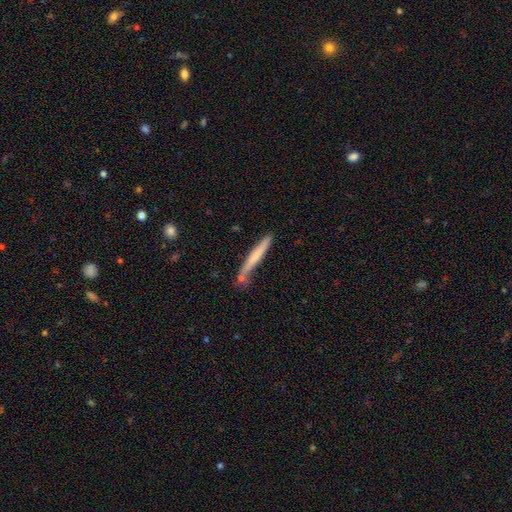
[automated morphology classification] Smooth or featured? smooth (59%)
How rounded? cigar-shaped (96%)
Merging? none (75%)